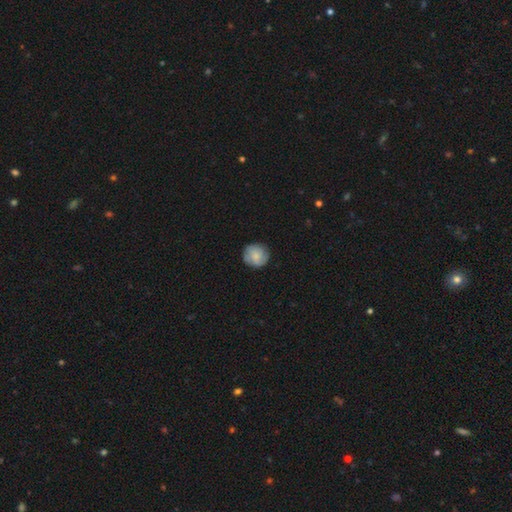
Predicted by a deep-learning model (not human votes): The model was most divided on "smooth or featured": smooth: 70%, featured or disk: 24%, star or artifact: 7%. More confident: how rounded — round (91%); merging — none (83%).